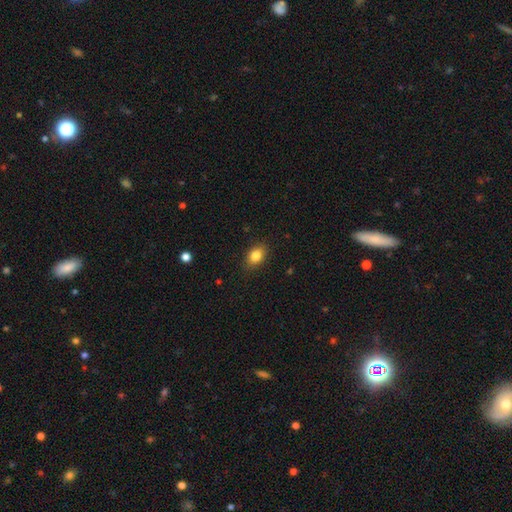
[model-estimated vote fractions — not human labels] Overall: smooth (84%). How rounded: in between (79%). Merging: none (86%).